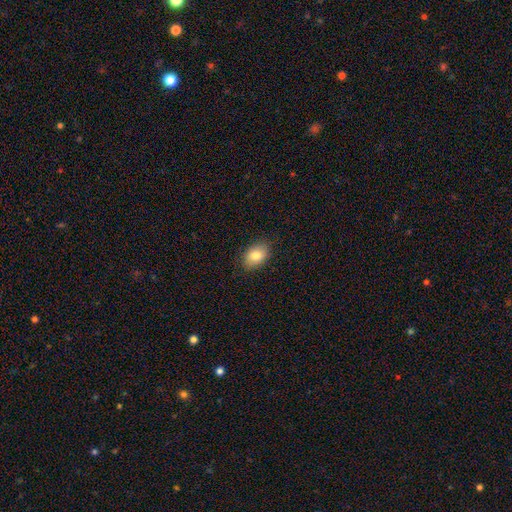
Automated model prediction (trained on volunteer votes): smooth_or_featured: smooth (p=0.82) [alt: featured or disk p=0.10]
how_rounded: in between (p=0.82) [alt: round p=0.17]
merging: none (p=0.86) [alt: minor disturbance p=0.10]